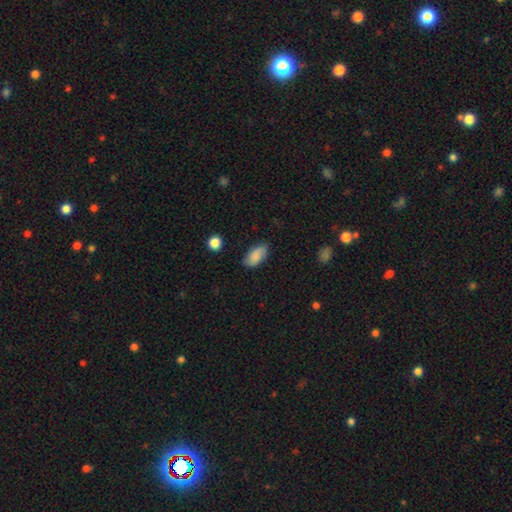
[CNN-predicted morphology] Overall: smooth (81%). How rounded: in between (92%). Merging: none (80%).